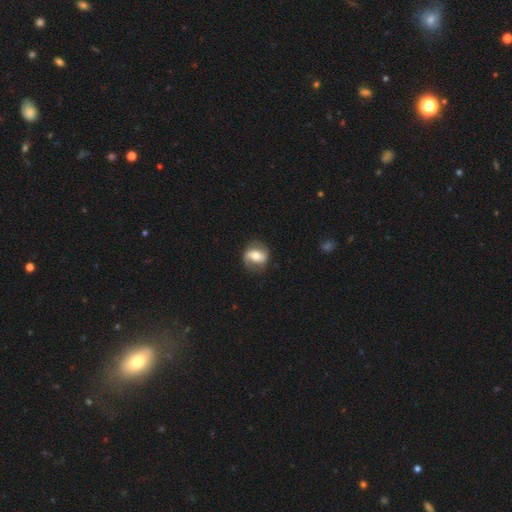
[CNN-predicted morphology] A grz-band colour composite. It shows a featured or disk galaxy (69%) with a strong bar (37%), 2 (85%) medium (40%) spiral arms (84%) and a moderate central bulge (70%). Merging: none (78%).